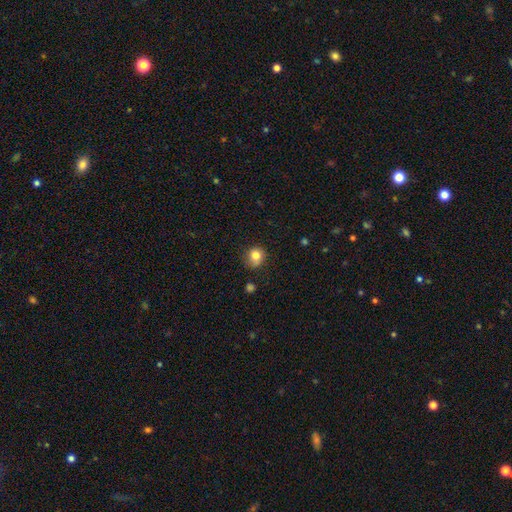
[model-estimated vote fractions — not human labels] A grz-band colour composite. It shows a smooth galaxy with no disk features (80%) that is round (78%). Merging: none (66%).